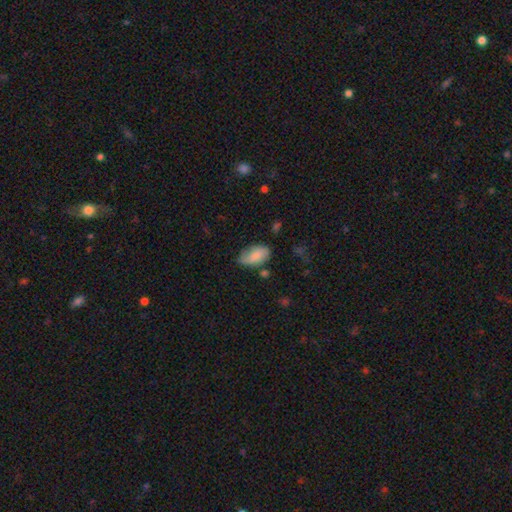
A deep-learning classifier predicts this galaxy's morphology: Smooth or featured?
  - smooth: 76% *
  - featured or disk: 17%
  - star or artifact: 7%
How rounded?
  - in between: 93% *
  - round: 5%
  - cigar-shaped: 2%
Merging?
  - none: 62% *
  - minor disturbance: 27%
  - major disturbance: 7%
  - merger: 4%